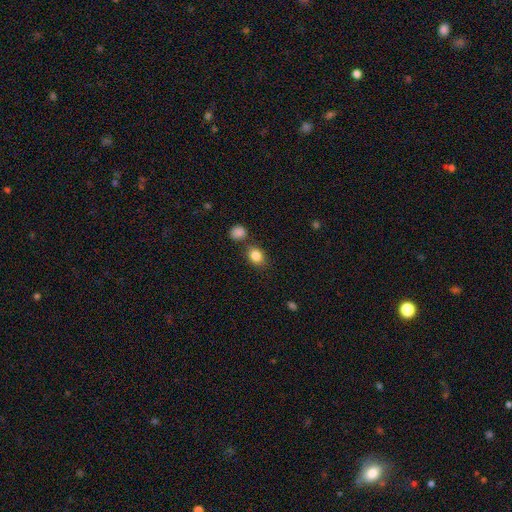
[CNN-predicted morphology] The model was most divided on "how rounded": in between: 57%, round: 42%, cigar-shaped: 1%. More confident: smooth or featured — smooth (85%); merging — none (72%).